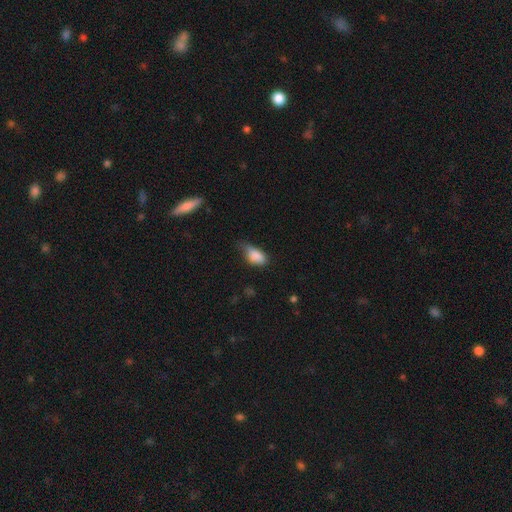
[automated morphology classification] A smooth galaxy with no disk features (84%) that is in between round and cigar-shaped (89%). Merging: minor disturbance (47%).